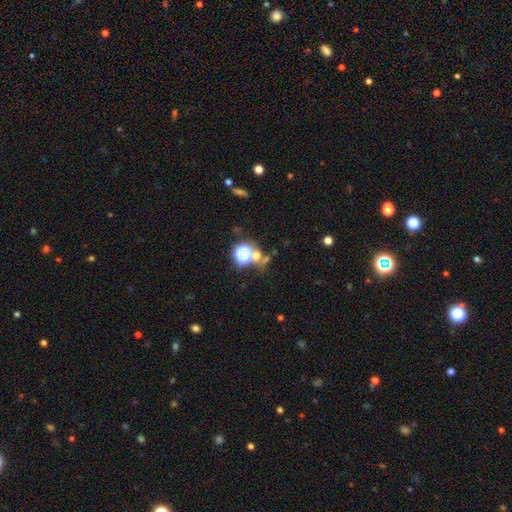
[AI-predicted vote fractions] Q: Smooth or featured?
A: star or artifact (46%); runner-up: smooth (43%)